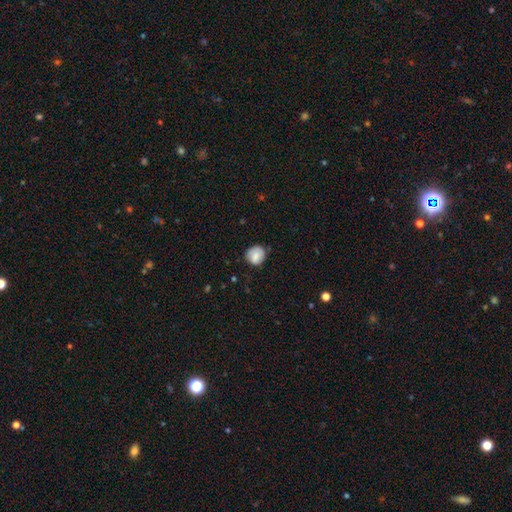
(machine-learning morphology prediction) A smooth galaxy with no disk features (78%) that is round (84%).

Vote fractions:
- Smooth or featured? smooth: 78% / featured or disk: 15% / star or artifact: 8%
- How rounded? round: 84% / in between: 15% / cigar-shaped: 1%
- Merging? none: 74% / minor disturbance: 21% / major disturbance: 4% / merger: 1%